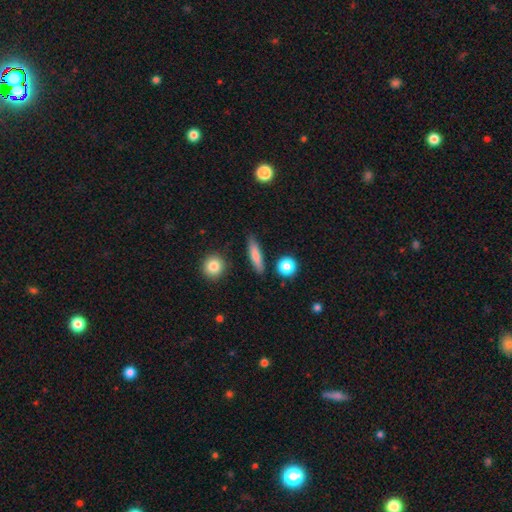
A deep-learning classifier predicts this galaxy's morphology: Overall: smooth (75%). How rounded: cigar-shaped (74%). Merging: none (86%).